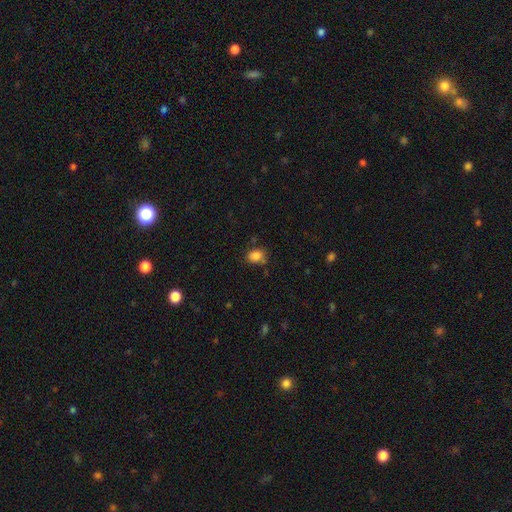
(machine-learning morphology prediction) Smooth or featured? Predicted: smooth (p=0.85). How rounded? Predicted: in between (p=0.62). Merging? Predicted: none (p=0.71).